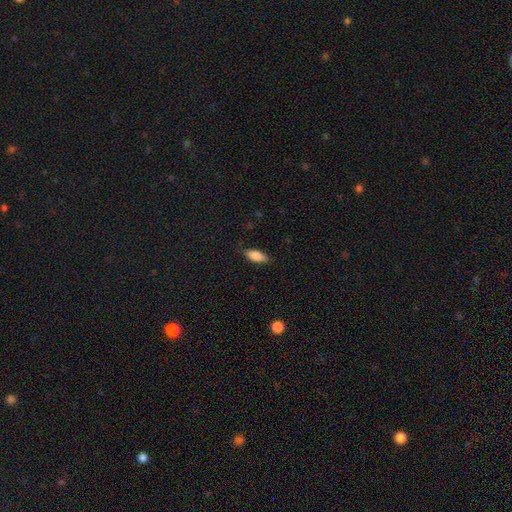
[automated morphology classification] Smooth or featured? Predicted: smooth (p=0.84). How rounded? Predicted: in between (p=0.78). Merging? Predicted: none (p=0.82).